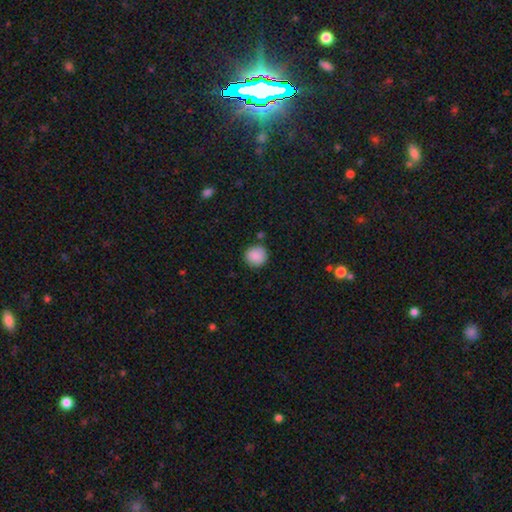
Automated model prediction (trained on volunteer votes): Smooth or featured: smooth — 88% (star or artifact — 8%)
How rounded: round — 92% (in between — 7%)
Merging: none — 83% (minor disturbance — 11%)